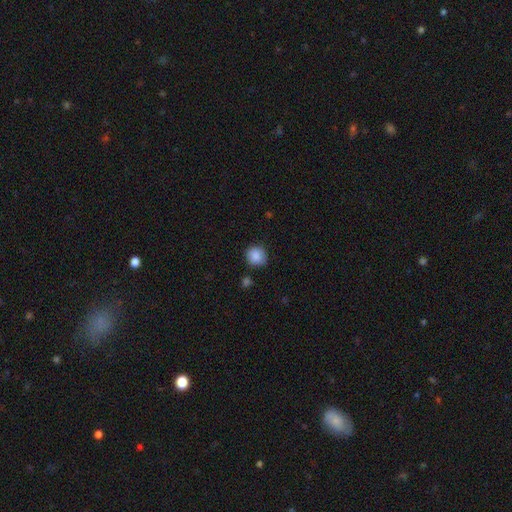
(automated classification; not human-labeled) Smooth or featured? smooth (88%)
How rounded? round (85%)
Merging? none (81%)